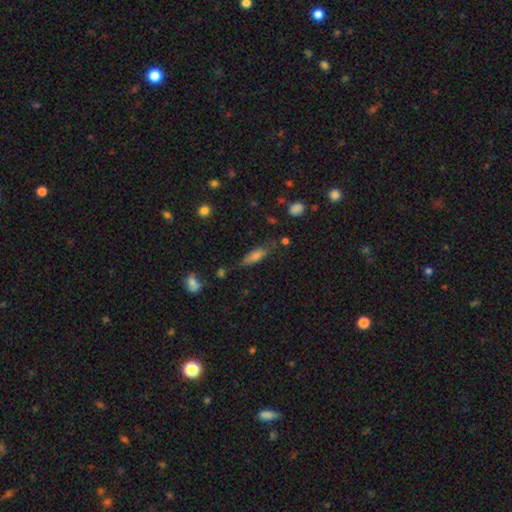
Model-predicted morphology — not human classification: smooth_or_featured: smooth (p=0.68) [alt: featured or disk p=0.21]
how_rounded: in between (p=0.49) [alt: cigar-shaped p=0.48]
merging: none (p=0.67) [alt: minor disturbance p=0.22]